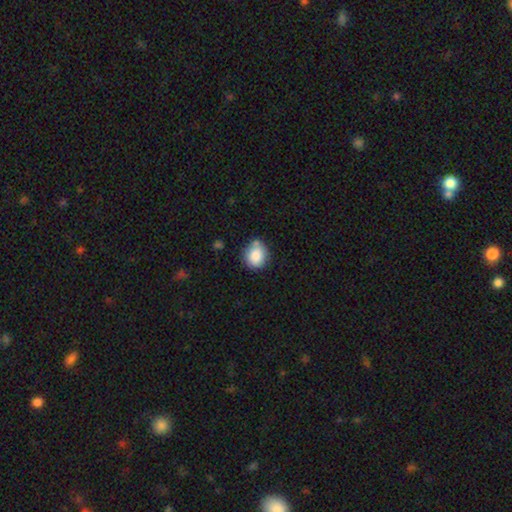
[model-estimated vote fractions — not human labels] Smooth or featured? Predicted: smooth (p=0.85). How rounded? Predicted: round (p=0.75). Merging? Predicted: none (p=0.68).